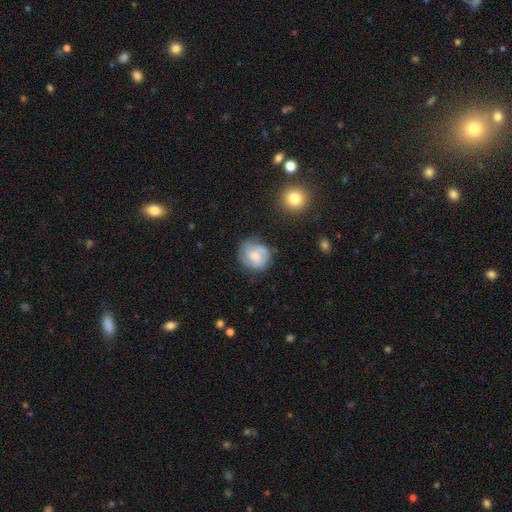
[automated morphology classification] This appears to be a featured or disk galaxy (50%). Merging: none (69%).